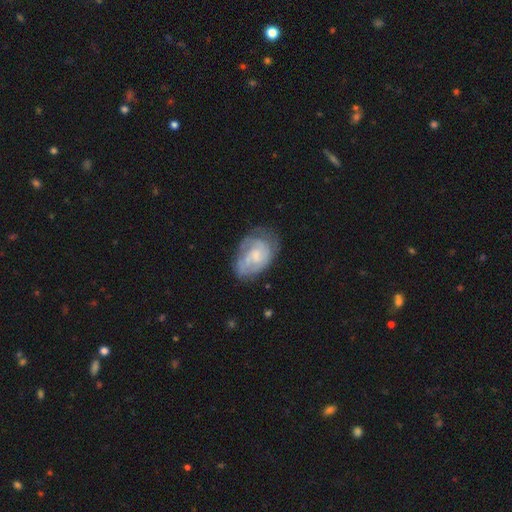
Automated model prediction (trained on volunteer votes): The model was most divided on "bulge size" (2-way tie): moderate: 37%, small: 37%, none: 19%, large: 6%, dominant: 1%. More confident: edge-on disk — no (97%); spiral arms — yes (76%); smooth or featured — featured or disk (64%); bar — no (62%); merging — none (56%).